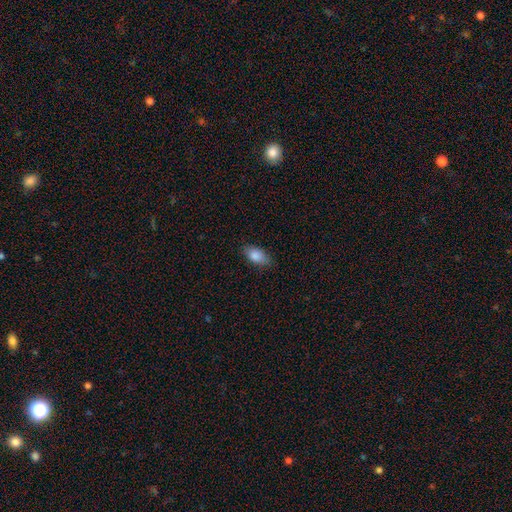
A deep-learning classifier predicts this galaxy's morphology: Smooth or featured: smooth — 86% (star or artifact — 7%)
How rounded: in between — 90% (round — 6%)
Merging: none — 80% (minor disturbance — 16%)